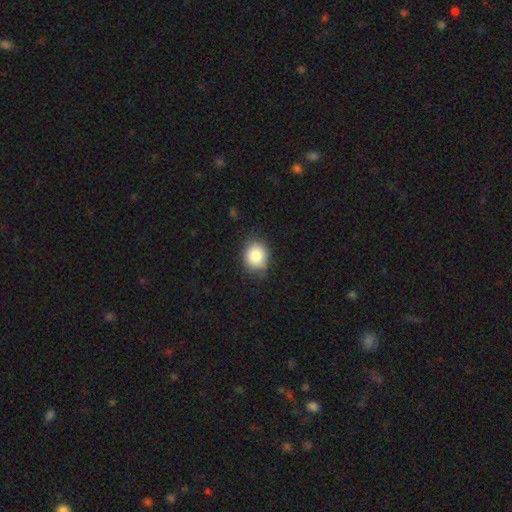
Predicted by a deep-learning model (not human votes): Smooth or featured? smooth (84%)
How rounded? round (69%)
Merging? none (80%)